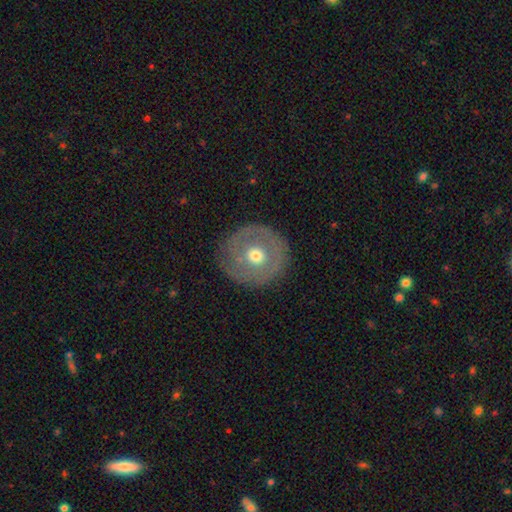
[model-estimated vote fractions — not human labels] Q: Smooth or featured?
A: featured or disk (47%); runner-up: smooth (46%)
Q: Merging?
A: none (81%); runner-up: minor disturbance (12%)